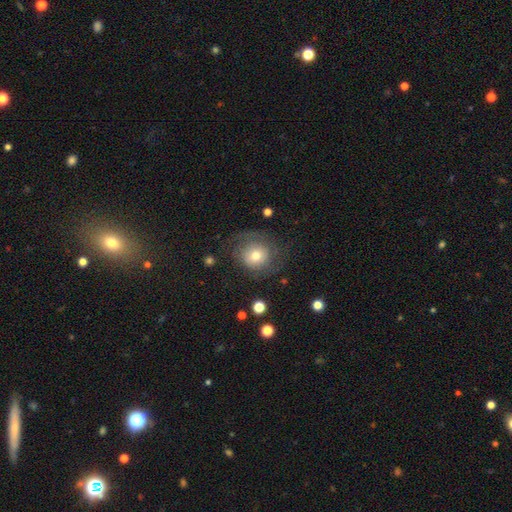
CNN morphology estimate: Smooth or featured? Predicted: featured or disk (p=0.46). Merging? Predicted: none (p=0.63).